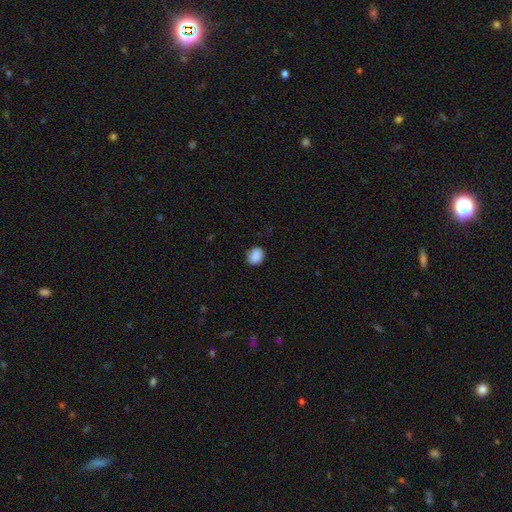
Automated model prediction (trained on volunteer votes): smooth-or-featured: smooth: 88% | star or artifact: 8% | featured or disk: 4%
  how-rounded: round: 63% | in between: 37% | cigar-shaped: 1%
  merging: none: 81% | minor disturbance: 15% | major disturbance: 3% | merger: 1%